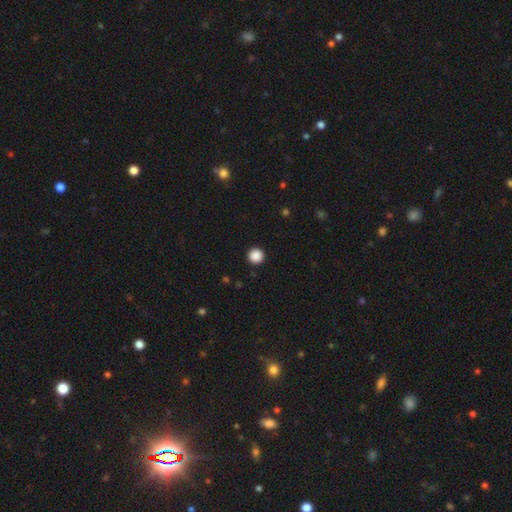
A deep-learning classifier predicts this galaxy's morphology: This appears to be a smooth galaxy with no disk features (88%) that is round (96%). Merging: none (93%).